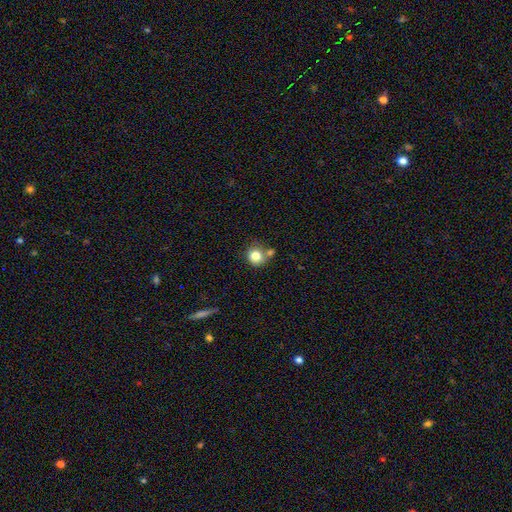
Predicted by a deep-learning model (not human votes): Smooth or featured? smooth (80%)
How rounded? round (84%)
Merging? none (54%)